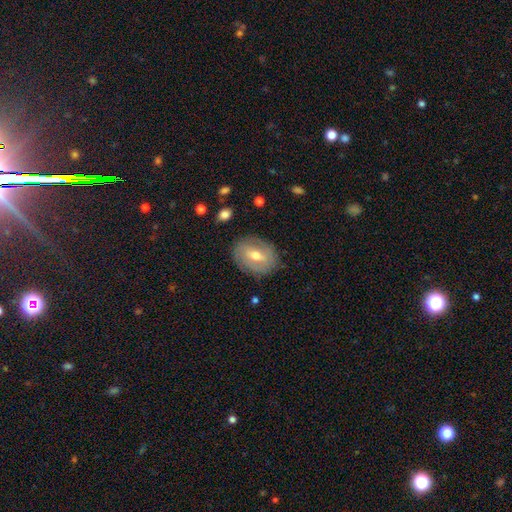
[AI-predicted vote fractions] smooth-or-featured: featured or disk: 56% | smooth: 37% | star or artifact: 8%
  disk-edge-on: no: 93% | yes: 7%
    bar: weak: 48% | no: 27% | strong: 25%
    has-spiral-arms: yes: 53% | no: 47%
    bulge-size: moderate: 72% | small: 23% | large: 4% | none: 1% | dominant: 1%
  merging: none: 82% | minor disturbance: 13% | major disturbance: 4% | merger: 1%